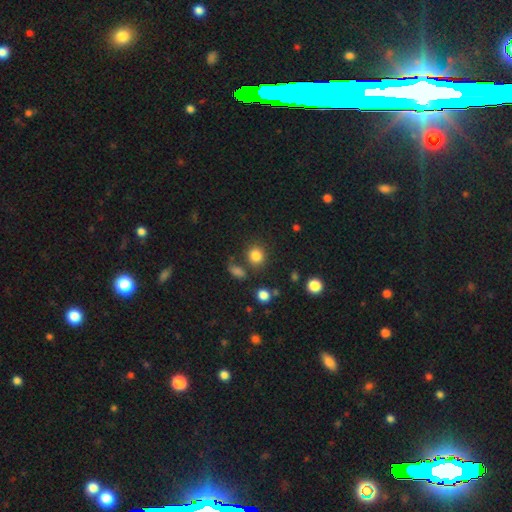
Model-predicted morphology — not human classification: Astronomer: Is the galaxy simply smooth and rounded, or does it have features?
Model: smooth — 82%.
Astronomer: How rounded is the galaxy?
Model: round — 82%.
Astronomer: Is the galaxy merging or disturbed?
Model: none — 77%.